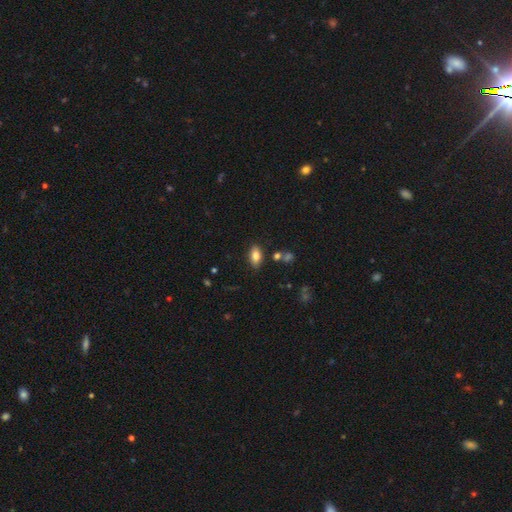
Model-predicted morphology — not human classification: A smooth galaxy with no disk features (80%) that is in between round and cigar-shaped (90%). Merging: none (83%).